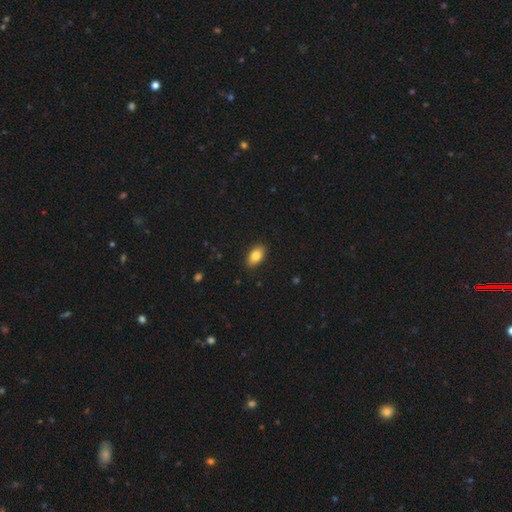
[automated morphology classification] Smooth or featured?
  - smooth: 83% *
  - featured or disk: 9%
  - star or artifact: 7%
How rounded?
  - in between: 92% *
  - round: 5%
  - cigar-shaped: 3%
Merging?
  - none: 89% *
  - minor disturbance: 8%
  - major disturbance: 2%
  - merger: 1%